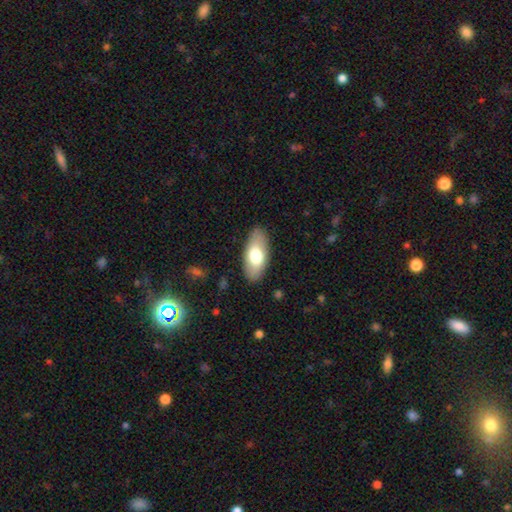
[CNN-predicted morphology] Overall: smooth (70%). How rounded: in between (89%). Merging: none (87%).